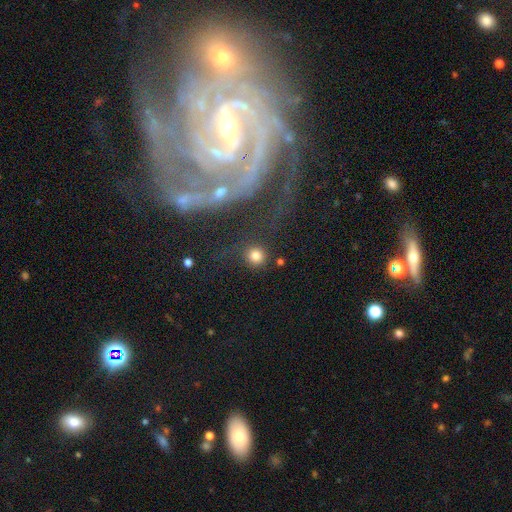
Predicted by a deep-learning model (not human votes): Smooth or featured? smooth (82%)
How rounded? round (91%)
Merging? none (79%)